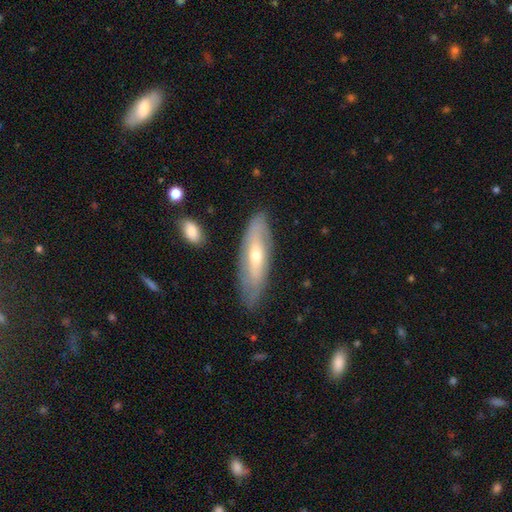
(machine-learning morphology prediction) Smooth or featured? featured or disk (54%)
Edge-on disk? no (65%)
Merging? none (77%)